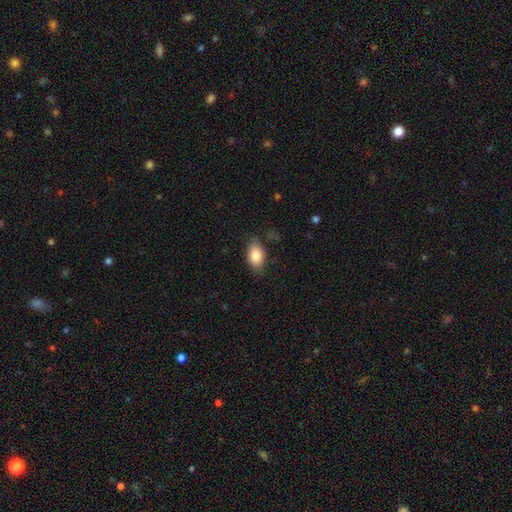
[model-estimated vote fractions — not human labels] smooth-or-featured: smooth: 82% | featured or disk: 10% | star or artifact: 7%
  how-rounded: in between: 90% | round: 8% | cigar-shaped: 3%
  merging: none: 79% | minor disturbance: 16% | major disturbance: 3% | merger: 1%